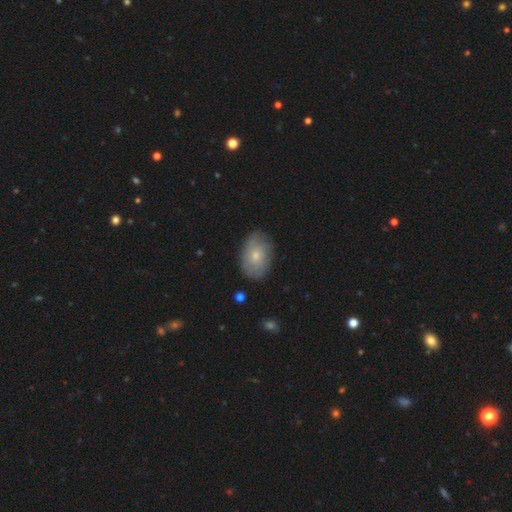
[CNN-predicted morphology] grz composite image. It shows a smooth galaxy with no disk features (59%) that is in between round and cigar-shaped (83%). Merging: none (77%).